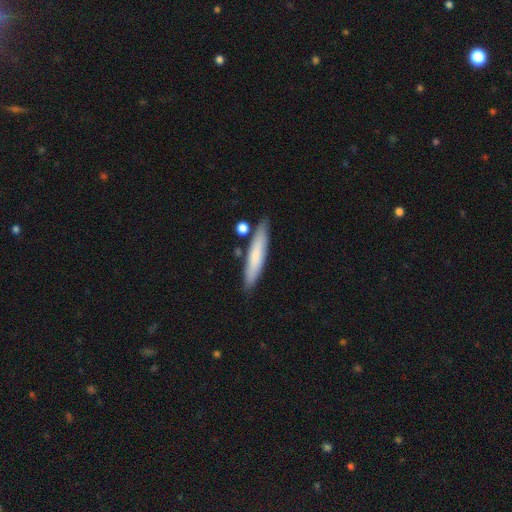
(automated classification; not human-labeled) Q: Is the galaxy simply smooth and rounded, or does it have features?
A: smooth — 71%.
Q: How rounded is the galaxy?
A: cigar-shaped — 88%.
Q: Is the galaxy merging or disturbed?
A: none — 80%.